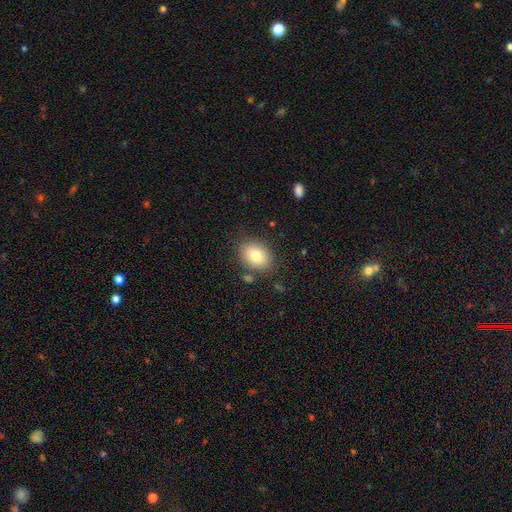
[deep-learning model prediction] A smooth galaxy with no disk features (81%) that is in between round and cigar-shaped (62%).

Vote fractions:
- Smooth or featured? smooth: 81% / featured or disk: 10% / star or artifact: 9%
- How rounded? in between: 62% / round: 37% / cigar-shaped: 1%
- Merging? none: 81% / minor disturbance: 12% / major disturbance: 4% / merger: 3%